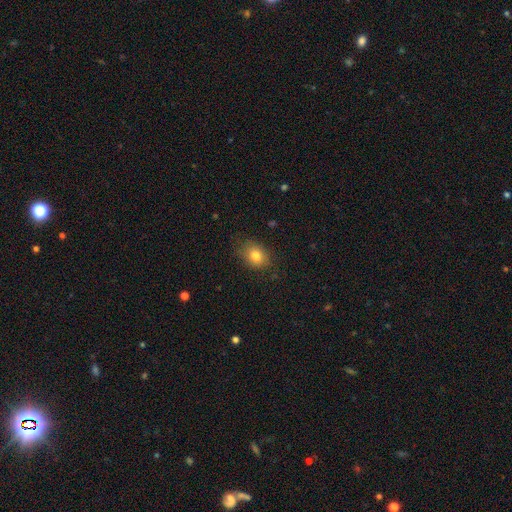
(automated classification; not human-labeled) Morphology: type=smooth (81%); roundness=in between (58%); merging=none (79%).